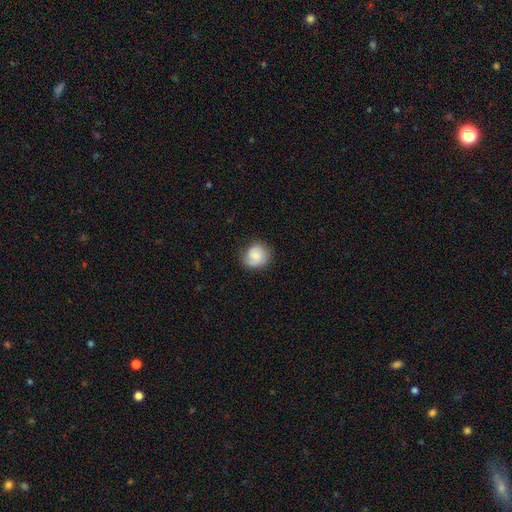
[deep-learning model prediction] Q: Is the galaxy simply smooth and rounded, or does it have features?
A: smooth — 60%.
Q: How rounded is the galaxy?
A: round — 82%.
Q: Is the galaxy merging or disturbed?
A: none — 76%.